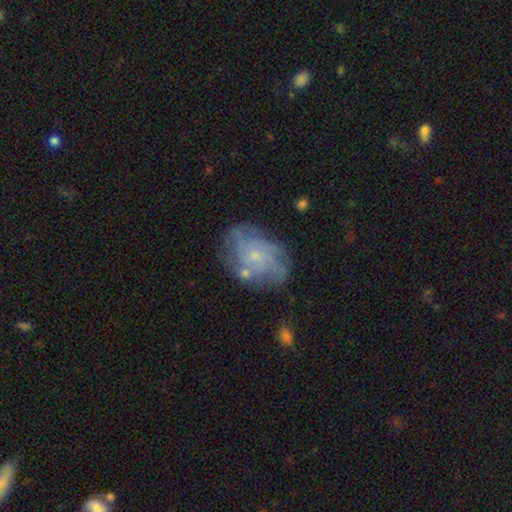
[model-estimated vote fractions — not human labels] Smooth or featured? featured or disk (66%)
Edge-on disk? no (97%)
Bar? no (82%)
Spiral arms? yes (69%)
Bulge size? small (78%)
Merging? none (59%)